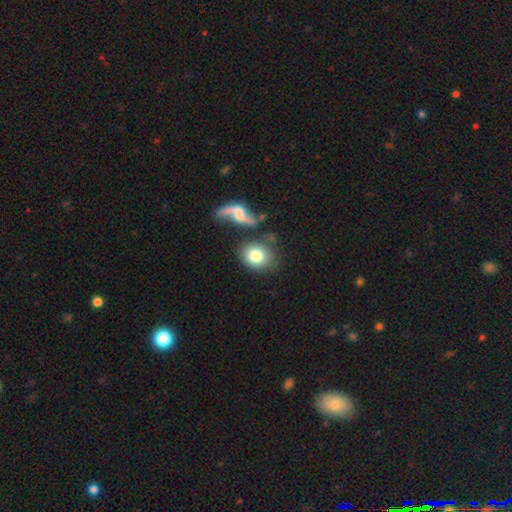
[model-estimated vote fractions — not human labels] Overall: smooth (79%). How rounded: round (56%; in between 42%). Merging: none (60%).